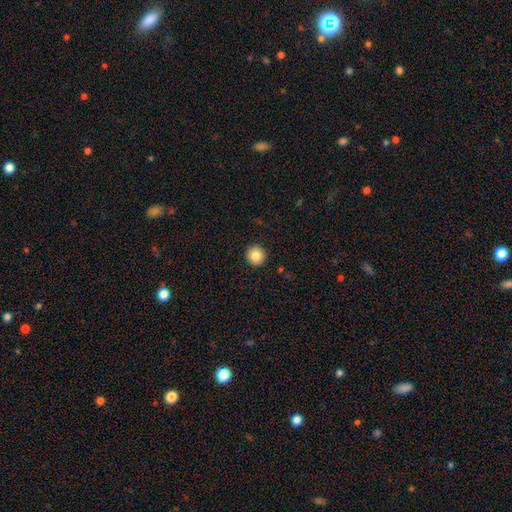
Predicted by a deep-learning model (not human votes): Overall: smooth (85%). How rounded: round (95%). Merging: none (93%).